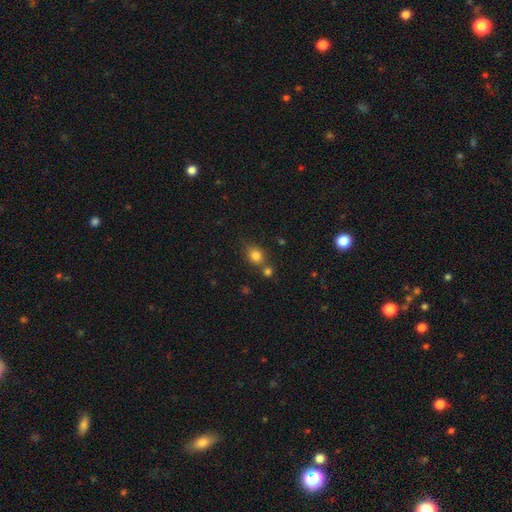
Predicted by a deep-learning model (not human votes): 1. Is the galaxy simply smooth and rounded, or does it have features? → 81% smooth, 12% star or artifact, 7% featured or disk.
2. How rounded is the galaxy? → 61% round, 38% in between, 1% cigar-shaped.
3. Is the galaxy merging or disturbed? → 57% none, 26% merger, 13% minor disturbance, 4% major disturbance.